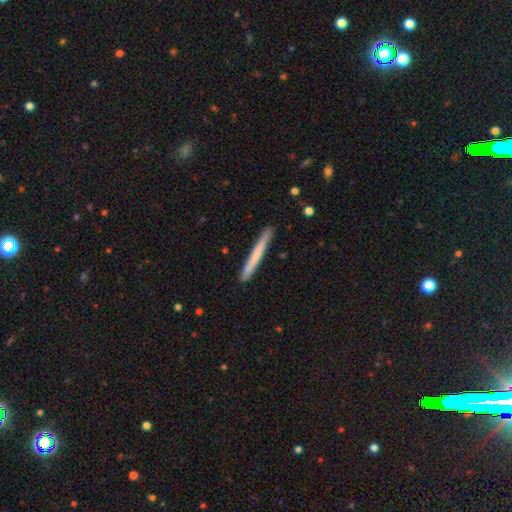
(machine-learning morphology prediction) Smooth or featured? smooth (66%)
How rounded? cigar-shaped (97%)
Merging? none (91%)